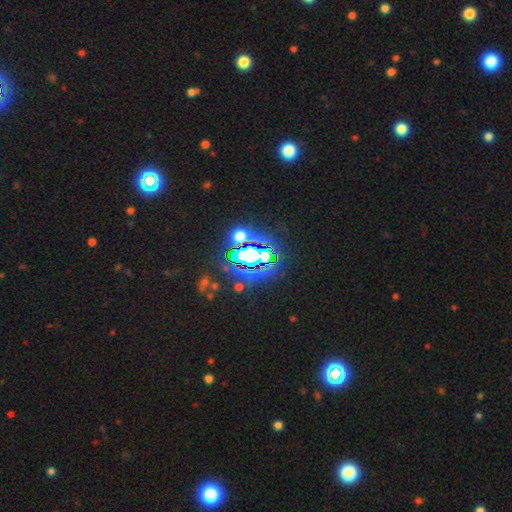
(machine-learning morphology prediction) This is likely a star or artifact rather than a galaxy (78%).